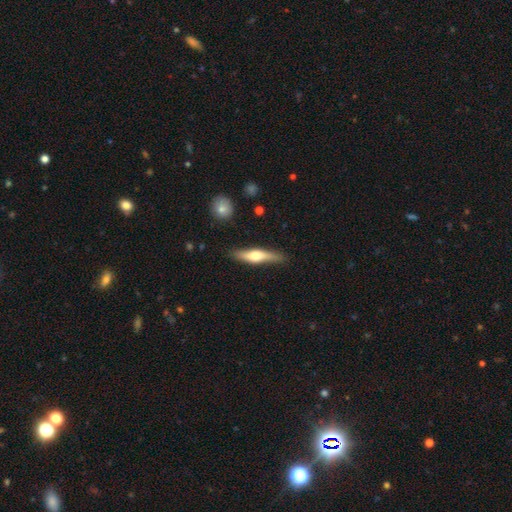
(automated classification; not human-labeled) A featured or disk galaxy (50%).

Vote fractions:
- Smooth or featured? featured or disk: 50% / smooth: 45% / star or artifact: 5%
- Merging? none: 84% / minor disturbance: 12% / major disturbance: 2% / merger: 2%